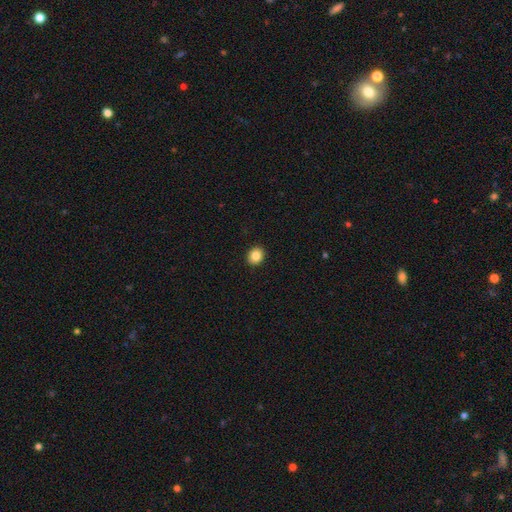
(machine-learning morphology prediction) smooth-or-featured: smooth: 86% | star or artifact: 9% | featured or disk: 5%
  how-rounded: round: 61% | in between: 38% | cigar-shaped: 1%
  merging: none: 92% | minor disturbance: 5% | major disturbance: 2% | merger: 1%